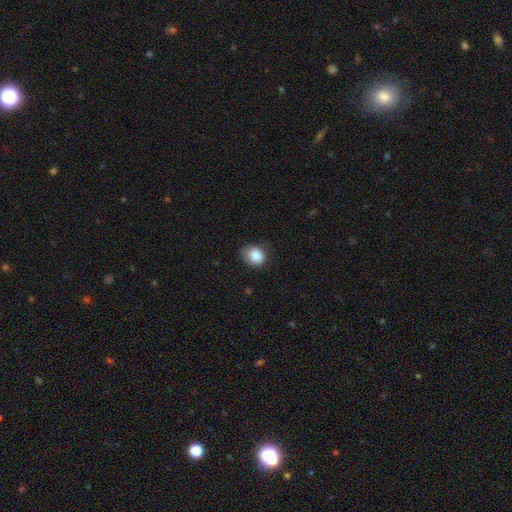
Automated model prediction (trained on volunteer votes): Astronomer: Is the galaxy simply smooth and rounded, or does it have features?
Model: smooth — 86%.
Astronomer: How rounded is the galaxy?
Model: round — 70%.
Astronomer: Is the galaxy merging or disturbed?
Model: none — 65%.